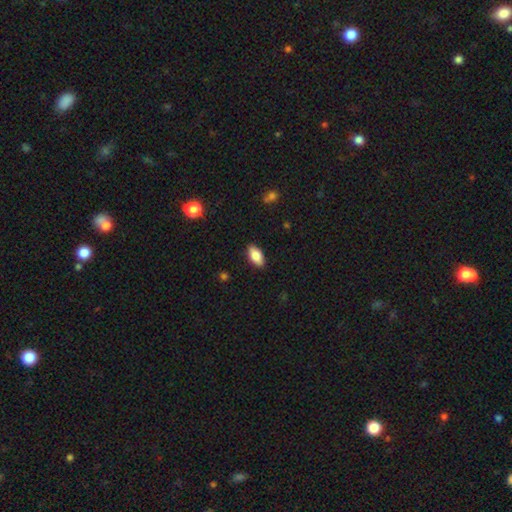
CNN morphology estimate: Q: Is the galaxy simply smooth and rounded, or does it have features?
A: smooth — 80%.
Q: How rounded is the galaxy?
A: in between — 89%.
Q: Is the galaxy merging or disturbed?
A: none — 88%.